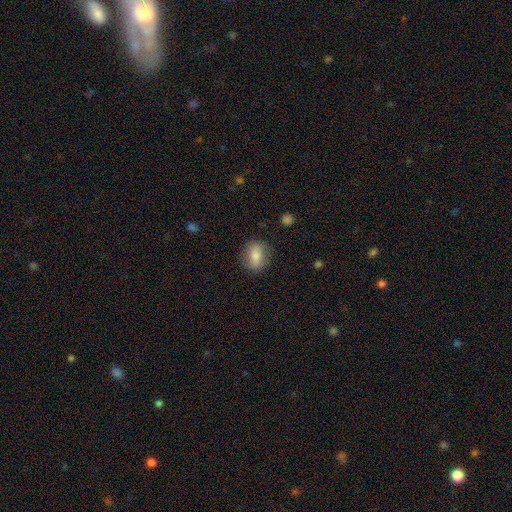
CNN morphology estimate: This is likely a smooth galaxy (74%). How rounded: possibly in between (57%). Merging: clearly none (83%).